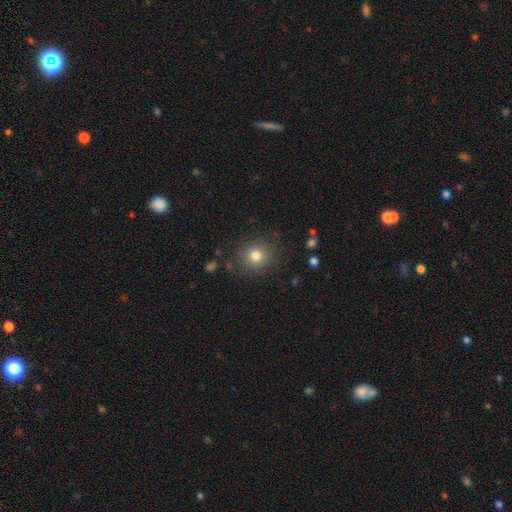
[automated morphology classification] Q: Smooth or featured?
A: smooth (79%); runner-up: star or artifact (12%)
Q: How rounded?
A: round (86%); runner-up: in between (13%)
Q: Merging?
A: none (86%); runner-up: minor disturbance (9%)